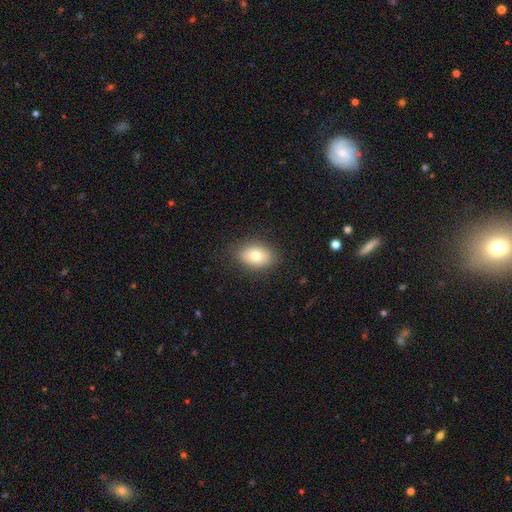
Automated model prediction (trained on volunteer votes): This appears to be a smooth galaxy with no disk features (77%) that is in between round and cigar-shaped (80%). Merging: none (85%).